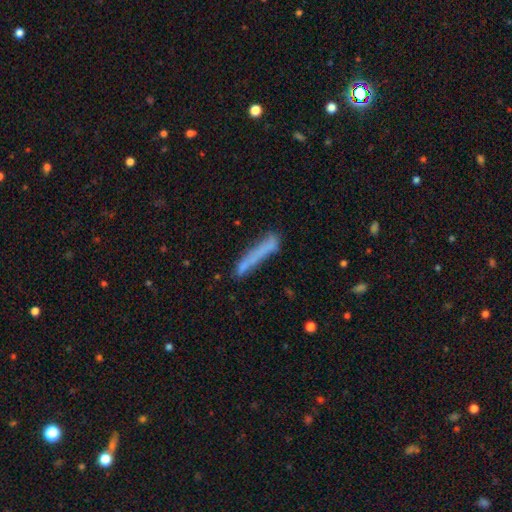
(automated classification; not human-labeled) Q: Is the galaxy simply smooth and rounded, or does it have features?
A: smooth — 66%.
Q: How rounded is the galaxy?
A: cigar-shaped — 95%.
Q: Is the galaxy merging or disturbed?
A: none — 77%.